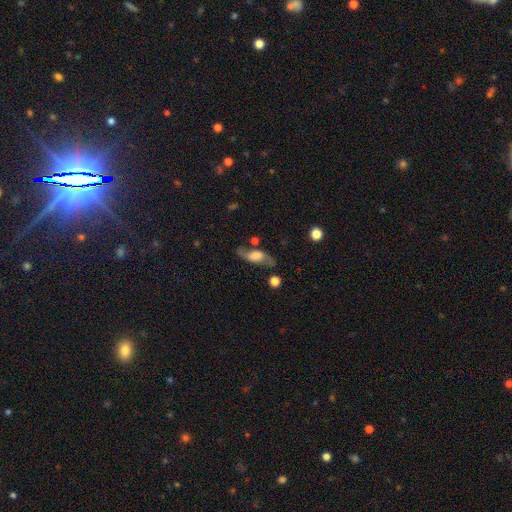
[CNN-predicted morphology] This appears to be a featured or disk galaxy (62%) with no bar (48%), spiral arms (87%) and a large central bulge (38%). Merging: none (63%).